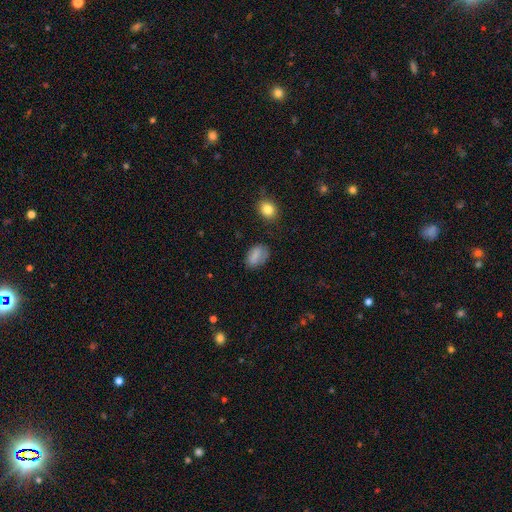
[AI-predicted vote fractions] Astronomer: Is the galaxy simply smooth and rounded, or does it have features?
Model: smooth — 79%.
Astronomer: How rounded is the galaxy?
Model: in between — 86%.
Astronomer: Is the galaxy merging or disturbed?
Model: none — 73%.